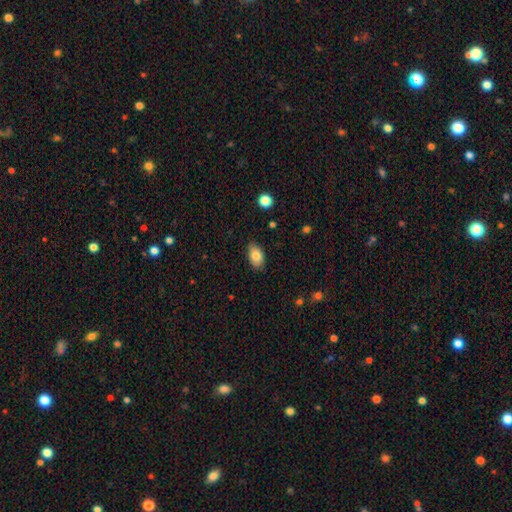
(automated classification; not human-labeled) This appears to be a smooth galaxy with no disk features (80%) that is in between round and cigar-shaped (91%). Merging: none (82%).